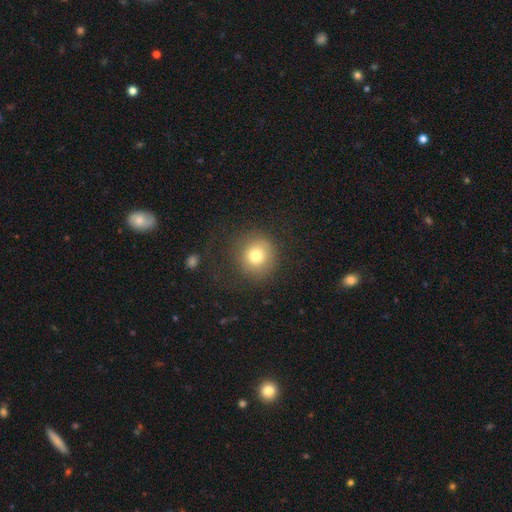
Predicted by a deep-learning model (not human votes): The model was most divided on "smooth or featured": smooth: 76%, featured or disk: 12%, star or artifact: 12%. More confident: how rounded — round (92%); merging — none (78%).